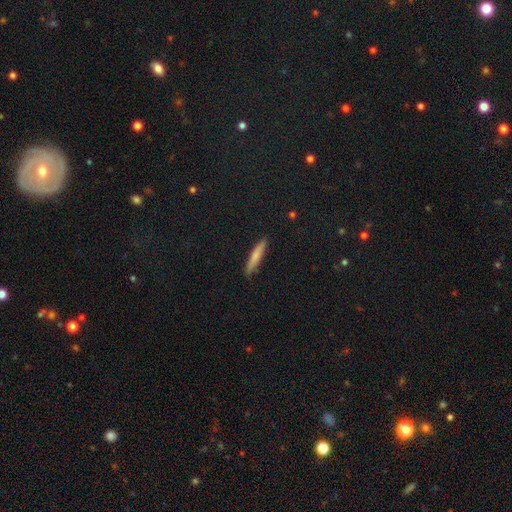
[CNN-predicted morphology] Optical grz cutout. It shows a smooth galaxy with no disk features (74%) that is cigar-shaped (91%). Merging: none (89%).